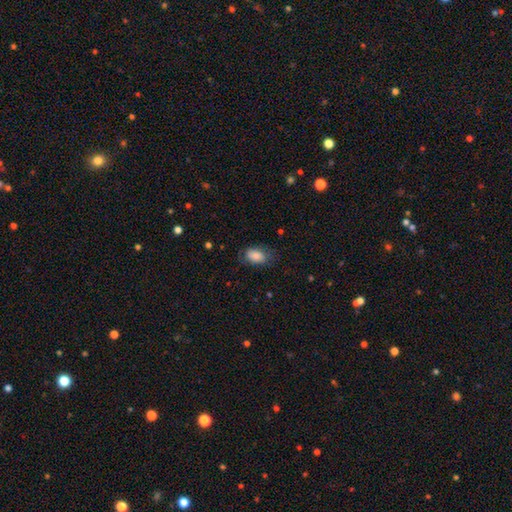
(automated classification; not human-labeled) A smooth galaxy with no disk features (85%) that is in between round and cigar-shaped (90%).

Vote fractions:
- Smooth or featured? smooth: 85% / featured or disk: 8% / star or artifact: 7%
- How rounded? in between: 90% / round: 8% / cigar-shaped: 2%
- Merging? none: 68% / minor disturbance: 23% / major disturbance: 9% / merger: 1%